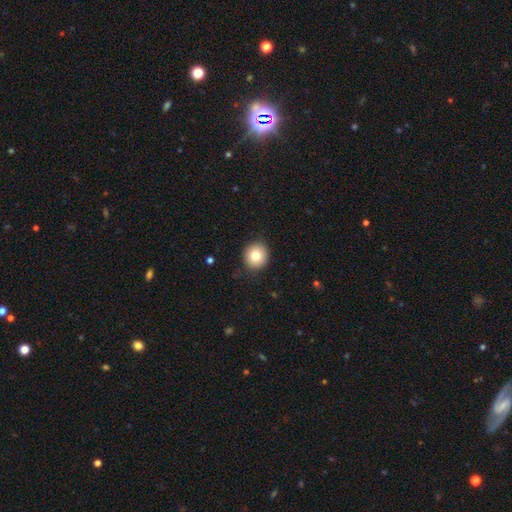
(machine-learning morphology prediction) smooth_or_featured: smooth (p=0.79) [alt: featured or disk p=0.11]
how_rounded: round (p=0.91) [alt: in between p=0.08]
merging: none (p=0.89) [alt: minor disturbance p=0.07]